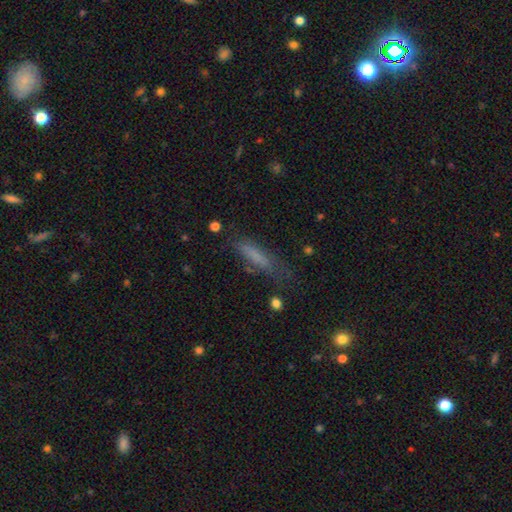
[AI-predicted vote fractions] Overall: smooth (69%). How rounded: cigar-shaped (72%). Merging: none (61%; minor disturbance 24%).